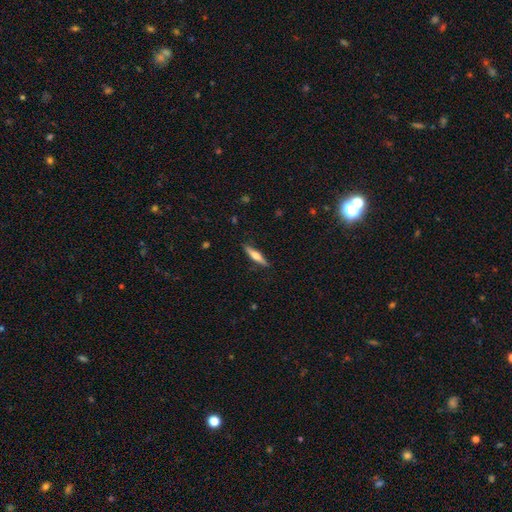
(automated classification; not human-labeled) smooth-or-featured: featured or disk: 52% | smooth: 42% | star or artifact: 6%
  disk-edge-on: yes: 96% | no: 4%
  merging: none: 89% | minor disturbance: 8% | major disturbance: 2% | merger: 1%